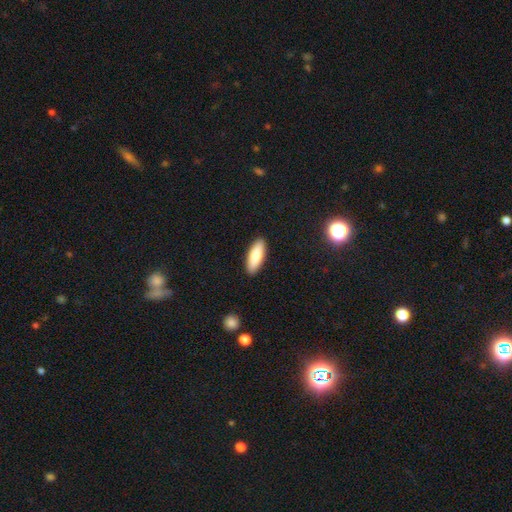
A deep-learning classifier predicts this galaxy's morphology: The model was most divided on "how rounded": in between: 64%, cigar-shaped: 34%, round: 2%. More confident: merging — none (91%); smooth or featured — smooth (82%).